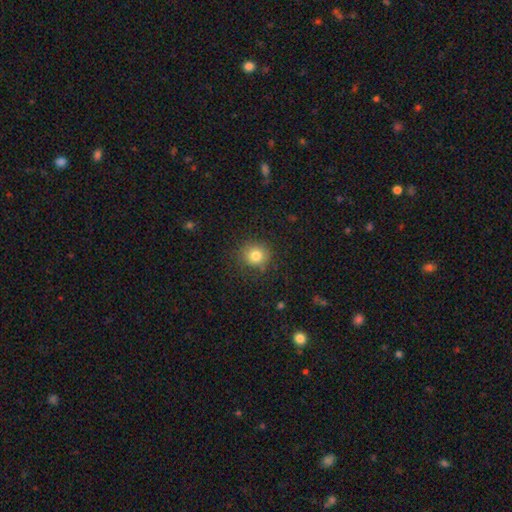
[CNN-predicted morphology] Smooth or featured: smooth — 81% (star or artifact — 12%)
How rounded: round — 86% (in between — 13%)
Merging: none — 84% (minor disturbance — 11%)